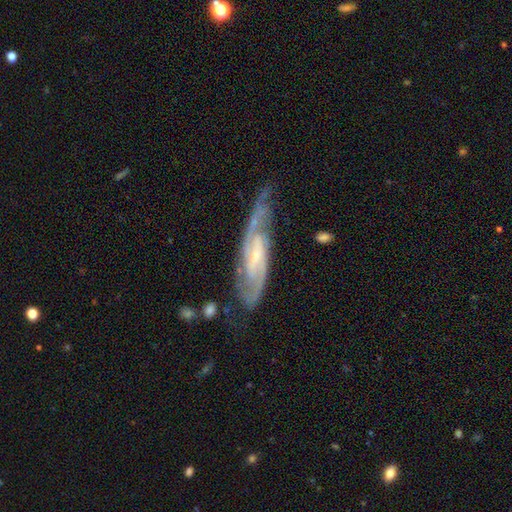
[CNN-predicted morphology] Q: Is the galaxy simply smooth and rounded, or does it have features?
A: featured or disk — 88%.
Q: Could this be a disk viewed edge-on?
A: no — 86%.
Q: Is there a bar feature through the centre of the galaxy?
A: weak — 47%.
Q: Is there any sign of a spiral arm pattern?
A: yes — 97%.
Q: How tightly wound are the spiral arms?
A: medium — 49%.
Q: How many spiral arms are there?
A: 2 — 82%.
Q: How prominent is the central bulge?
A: small — 68%.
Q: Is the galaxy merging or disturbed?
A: none — 67%.